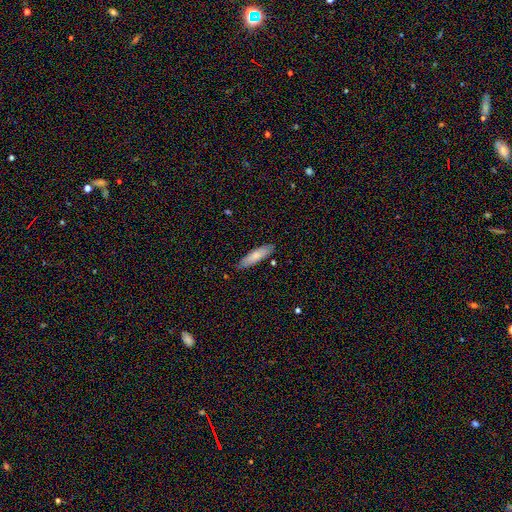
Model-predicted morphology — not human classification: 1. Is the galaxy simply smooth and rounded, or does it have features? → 76% smooth, 18% featured or disk, 6% star or artifact.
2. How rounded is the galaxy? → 63% cigar-shaped, 35% in between, 1% round.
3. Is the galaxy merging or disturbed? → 83% none, 13% minor disturbance, 2% major disturbance, 2% merger.